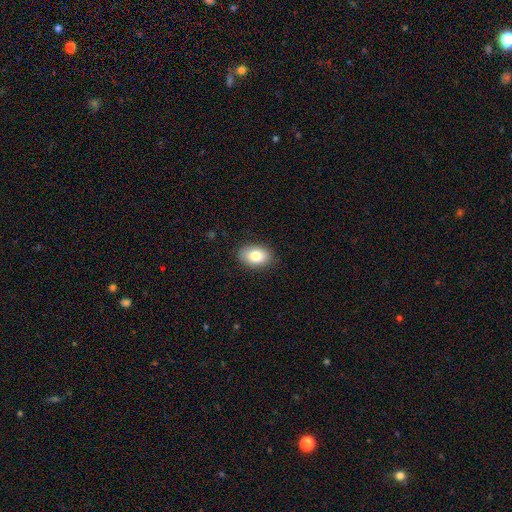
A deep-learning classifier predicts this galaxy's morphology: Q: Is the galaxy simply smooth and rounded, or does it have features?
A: smooth — 82%.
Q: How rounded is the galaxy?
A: in between — 85%.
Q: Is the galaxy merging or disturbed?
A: none — 87%.